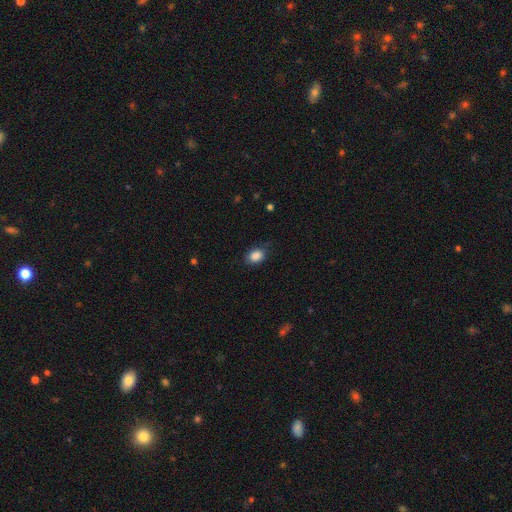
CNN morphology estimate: Overall: smooth (87%). How rounded: in between (65%; round 34%). Merging: none (75%).